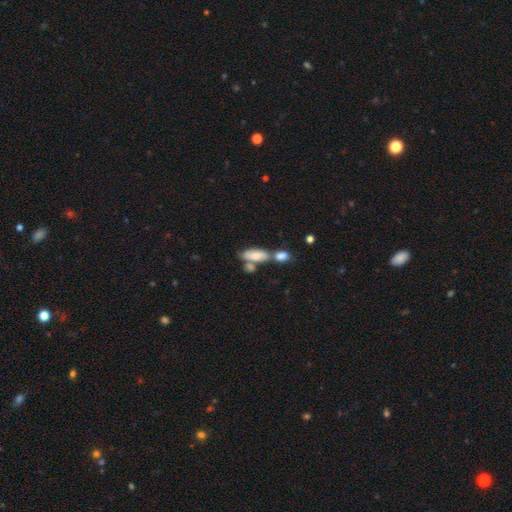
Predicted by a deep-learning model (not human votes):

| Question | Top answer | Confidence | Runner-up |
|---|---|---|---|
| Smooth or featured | smooth | 72% | featured or disk (21%) |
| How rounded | in between | 78% | cigar-shaped (19%) |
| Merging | merger | 46% | none (36%) |